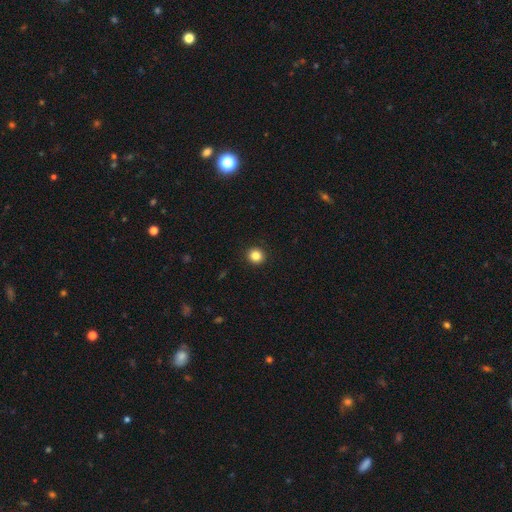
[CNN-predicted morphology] smooth-or-featured: smooth: 85% | star or artifact: 10% | featured or disk: 4%
  how-rounded: round: 90% | in between: 9% | cigar-shaped: 1%
  merging: none: 93% | minor disturbance: 4% | major disturbance: 2% | merger: 1%